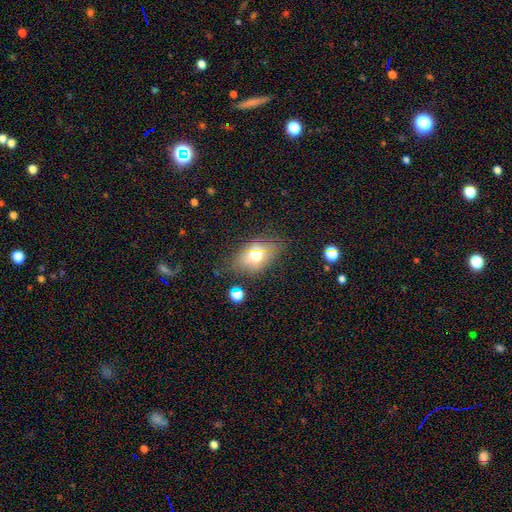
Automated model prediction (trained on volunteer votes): A smooth galaxy with no disk features (63%) that is in between round and cigar-shaped (77%). Merging: none (78%).